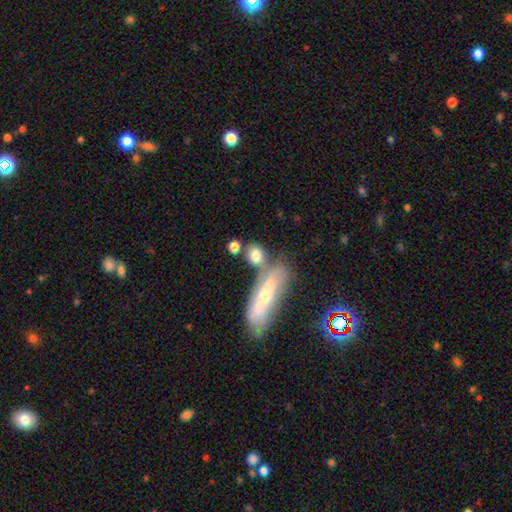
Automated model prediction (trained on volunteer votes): A smooth galaxy with no disk features (71%) that is in between round and cigar-shaped (47%). Merging: none (47%).